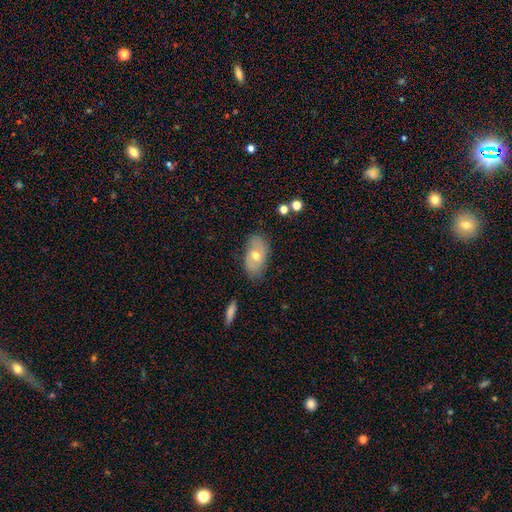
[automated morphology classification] Overall: smooth (54%; featured or disk 39%). How rounded: in between (91%). Merging: none (77%).